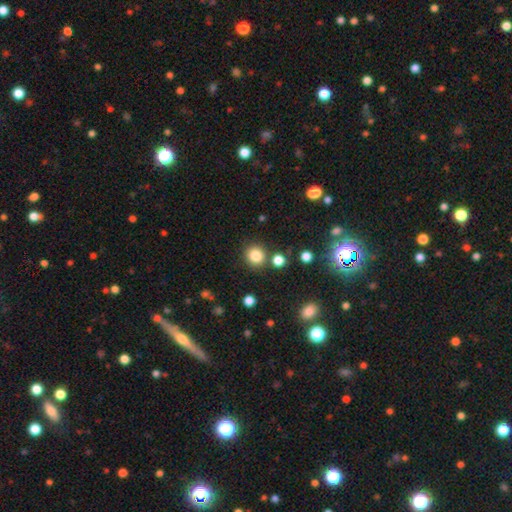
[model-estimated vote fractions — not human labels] Smooth or featured?
  - smooth: 83% *
  - star or artifact: 12%
  - featured or disk: 5%
How rounded?
  - round: 88% *
  - in between: 11%
  - cigar-shaped: 1%
Merging?
  - none: 82% *
  - minor disturbance: 8%
  - merger: 7%
  - major disturbance: 3%